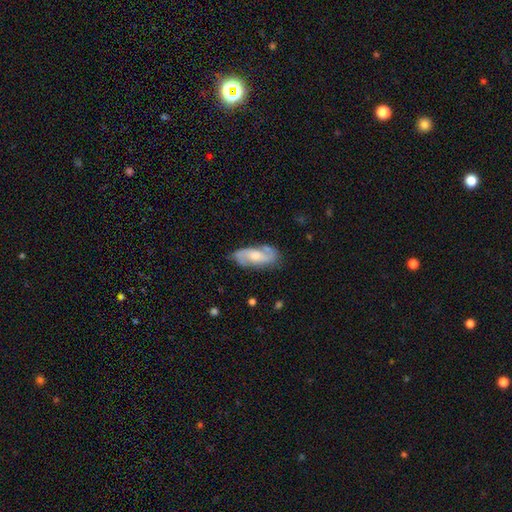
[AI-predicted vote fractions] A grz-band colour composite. It shows a featured or disk galaxy (69%) with no bar (52%), 2 (85%) medium (47%) spiral arms (91%) and a moderate central bulge (52%). Merging: none (73%).